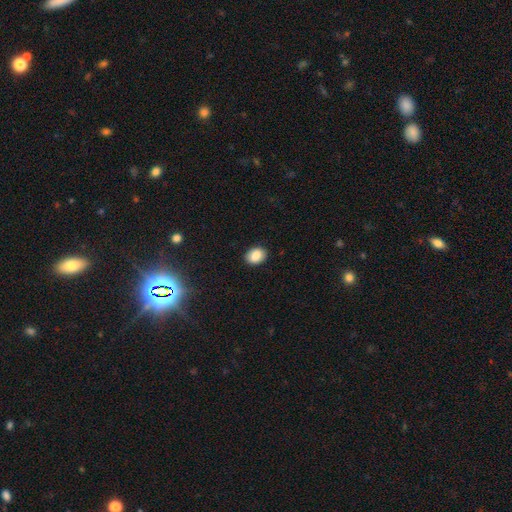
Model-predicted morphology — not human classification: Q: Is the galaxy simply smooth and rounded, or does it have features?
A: smooth — 86%.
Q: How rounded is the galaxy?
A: in between — 70%.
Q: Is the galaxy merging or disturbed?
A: none — 89%.